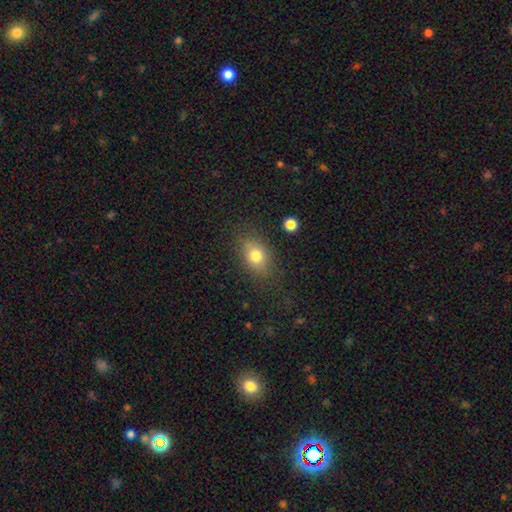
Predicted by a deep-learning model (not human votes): A smooth galaxy with no disk features (77%) that is in between round and cigar-shaped (71%).

Vote fractions:
- Smooth or featured? smooth: 77% / featured or disk: 12% / star or artifact: 11%
- How rounded? in between: 71% / round: 27% / cigar-shaped: 2%
- Merging? none: 78% / minor disturbance: 15% / major disturbance: 6% / merger: 2%